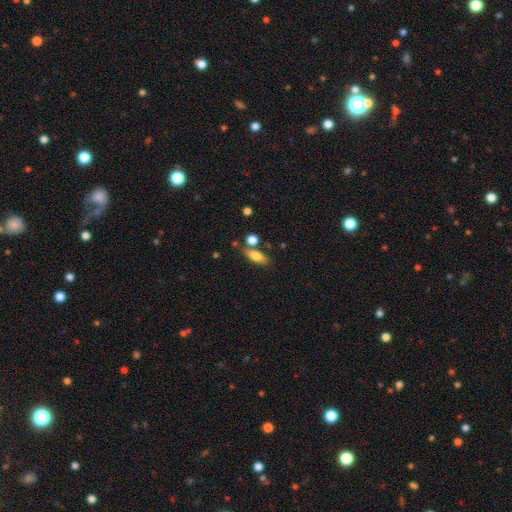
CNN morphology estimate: The model was most divided on "how rounded": in between: 69%, cigar-shaped: 26%, round: 5%. More confident: smooth or featured — smooth (74%); merging — none (69%).